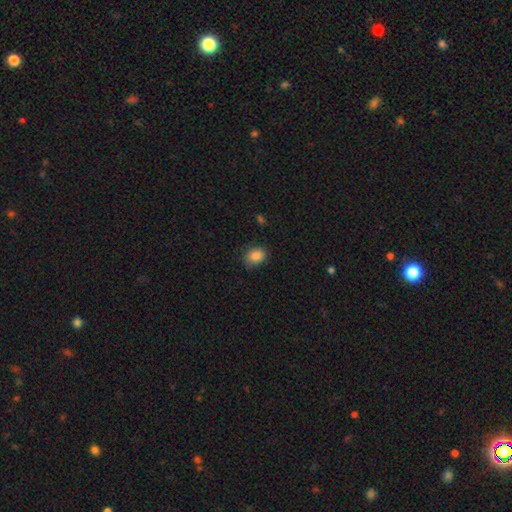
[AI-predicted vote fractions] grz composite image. It shows a smooth galaxy with no disk features (87%) that is in between round and cigar-shaped (52%). Merging: none (73%).